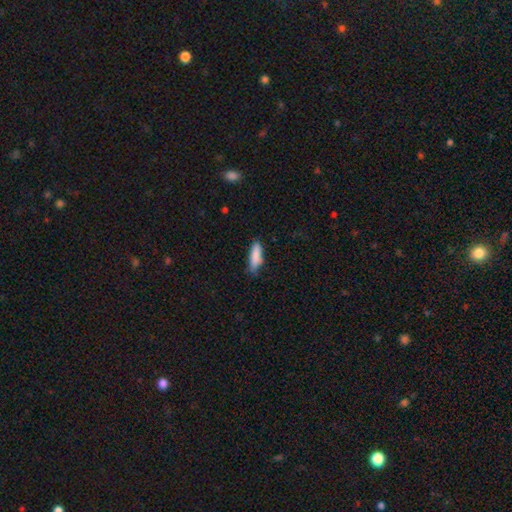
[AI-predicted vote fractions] A smooth galaxy with no disk features (85%) that is cigar-shaped (52%).

Vote fractions:
- Smooth or featured? smooth: 85% / featured or disk: 8% / star or artifact: 7%
- How rounded? cigar-shaped: 52% / in between: 46% / round: 2%
- Merging? none: 68% / minor disturbance: 26% / major disturbance: 5% / merger: 2%